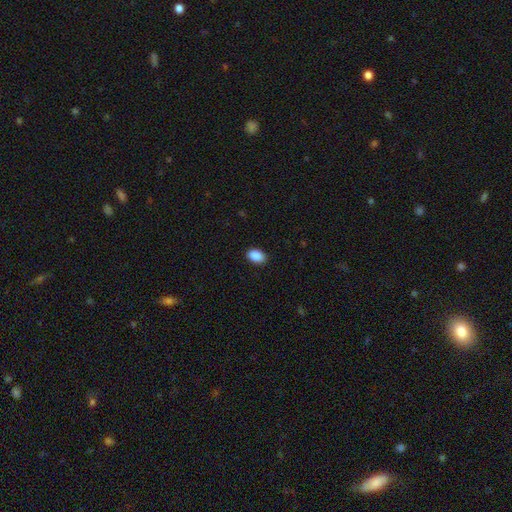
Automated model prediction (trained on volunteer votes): Smooth or featured?
  - smooth: 90% *
  - star or artifact: 7%
  - featured or disk: 2%
How rounded?
  - in between: 86% *
  - round: 13%
  - cigar-shaped: 1%
Merging?
  - none: 89% *
  - minor disturbance: 8%
  - major disturbance: 2%
  - merger: 1%